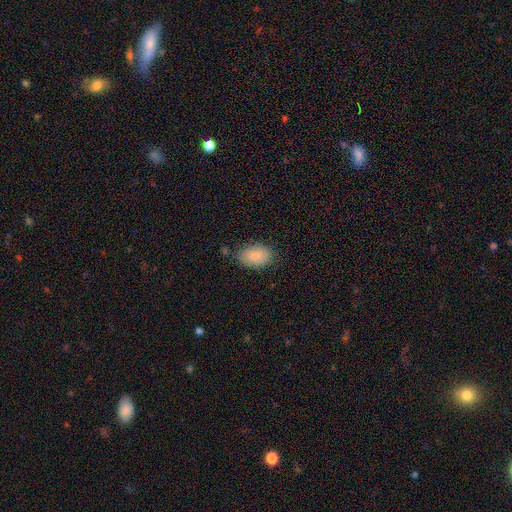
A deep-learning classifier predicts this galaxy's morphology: smooth 88%, star or artifact 7%, featured or disk 6%. Down the decision tree: how rounded — in between (91%); merging — none (79%).